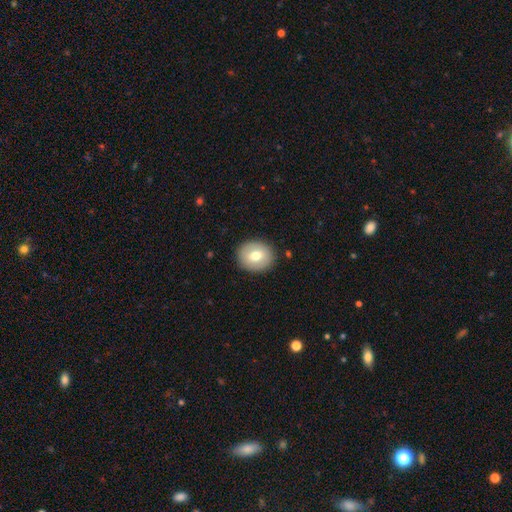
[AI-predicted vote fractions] Smooth or featured? smooth (70%)
How rounded? round (66%)
Merging? none (89%)